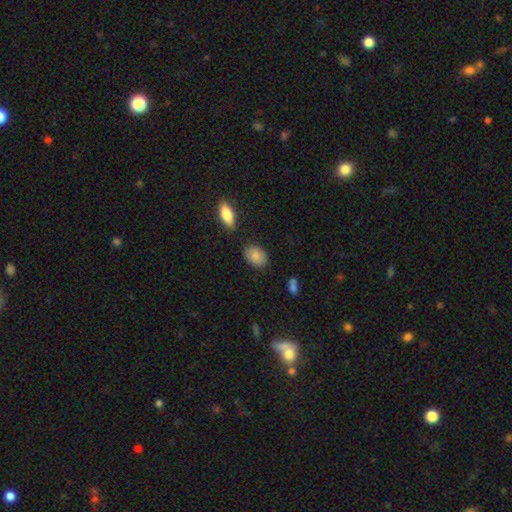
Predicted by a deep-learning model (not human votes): Smooth or featured? smooth (86%)
How rounded? in between (80%)
Merging? none (81%)